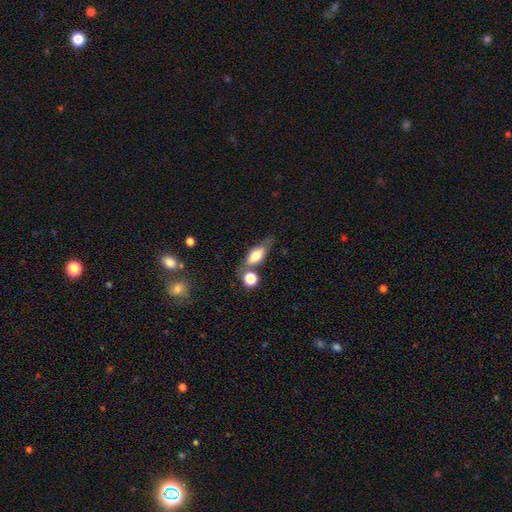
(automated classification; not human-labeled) Q: Smooth or featured?
A: smooth (66%); runner-up: featured or disk (25%)
Q: How rounded?
A: in between (72%); runner-up: cigar-shaped (21%)
Q: Merging?
A: none (56%); runner-up: merger (19%)